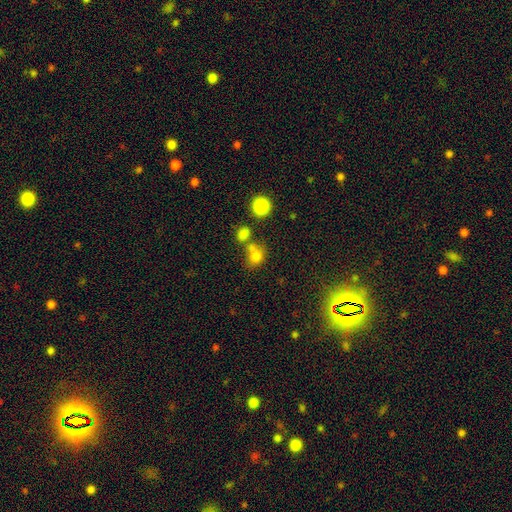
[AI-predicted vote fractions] This is likely a smooth galaxy (75%). How rounded: likely round (62%). Merging: possibly none (48%).